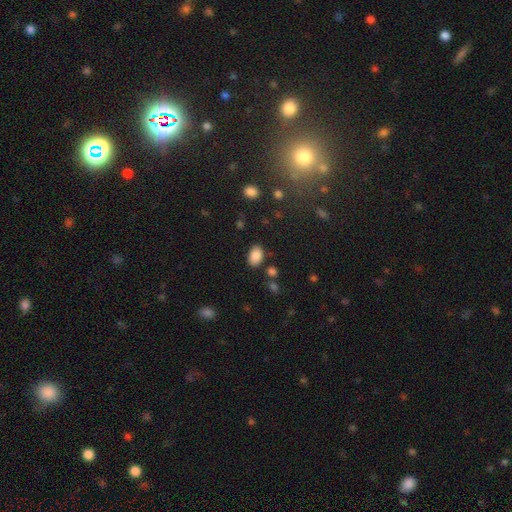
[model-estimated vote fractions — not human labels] This appears to be a smooth galaxy with no disk features (87%) that is in between round and cigar-shaped (88%). Merging: none (82%).